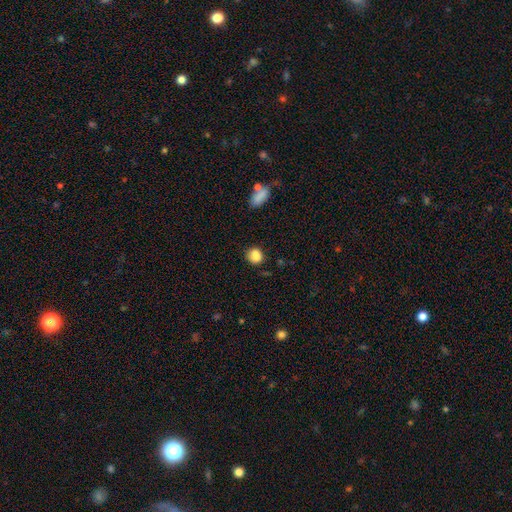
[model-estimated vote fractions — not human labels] This is clearly a smooth galaxy (83%). How rounded: likely round (65%). Merging: likely none (62%).